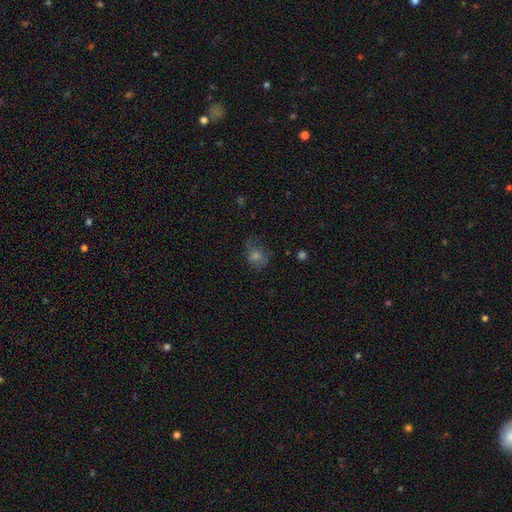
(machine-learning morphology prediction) Overall: smooth (56%; featured or disk 23%). How rounded: round (58%; in between 41%). Merging: none (60%; minor disturbance 24%).